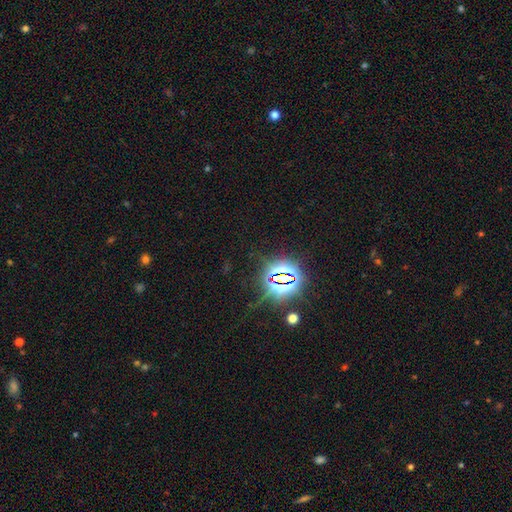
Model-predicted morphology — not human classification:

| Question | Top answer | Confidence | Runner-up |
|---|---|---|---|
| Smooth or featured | star or artifact | 82% | smooth (11%) |